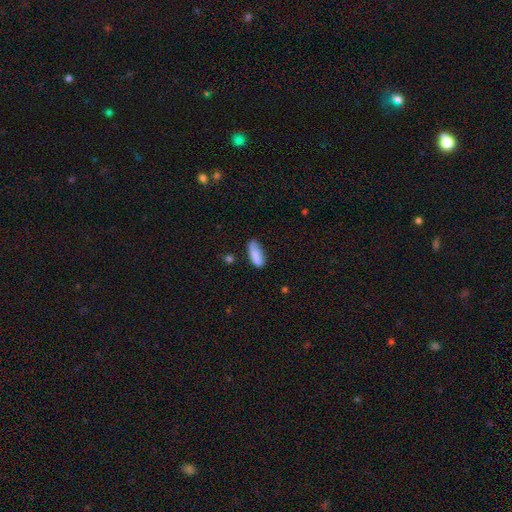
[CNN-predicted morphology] A smooth galaxy with no disk features (84%) that is in between round and cigar-shaped (71%). Merging: none (58%).